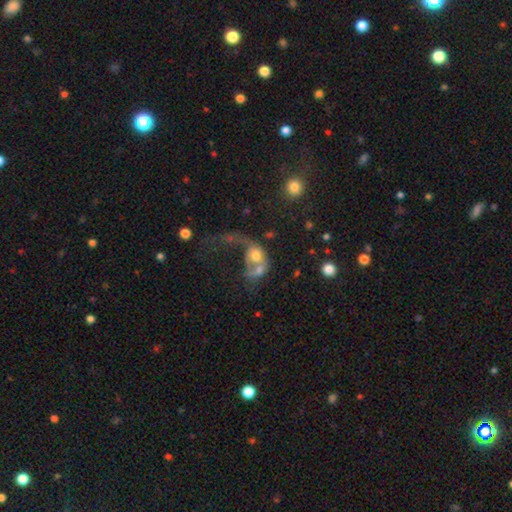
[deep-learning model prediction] This is possibly a smooth galaxy (51%). How rounded: possibly in between (52%). Merging: possibly merger (60%).